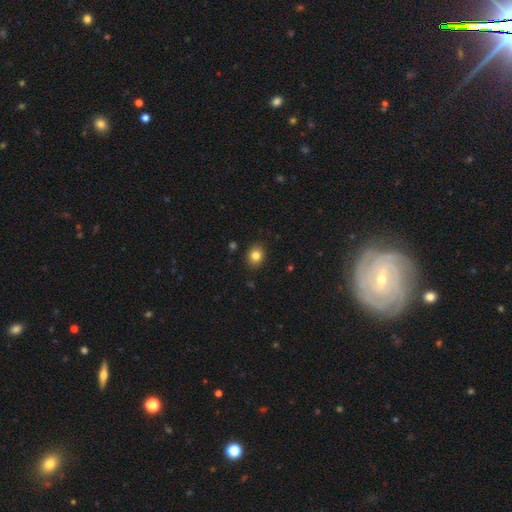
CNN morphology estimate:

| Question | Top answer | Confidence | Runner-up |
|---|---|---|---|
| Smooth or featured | smooth | 82% | star or artifact (11%) |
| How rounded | round | 59% | in between (40%) |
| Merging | none | 89% | minor disturbance (8%) |